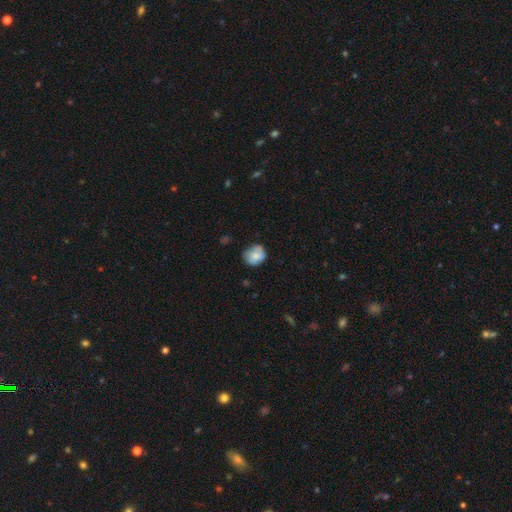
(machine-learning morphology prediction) smooth_or_featured: smooth (p=0.71) [alt: featured or disk p=0.22]
how_rounded: round (p=0.72) [alt: in between p=0.27]
merging: none (p=0.63) [alt: minor disturbance p=0.28]